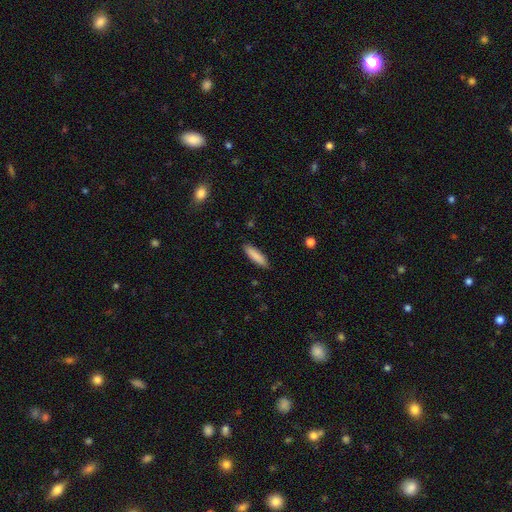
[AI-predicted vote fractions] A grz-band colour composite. It shows a smooth galaxy with no disk features (86%) that is cigar-shaped (71%). Merging: none (88%).